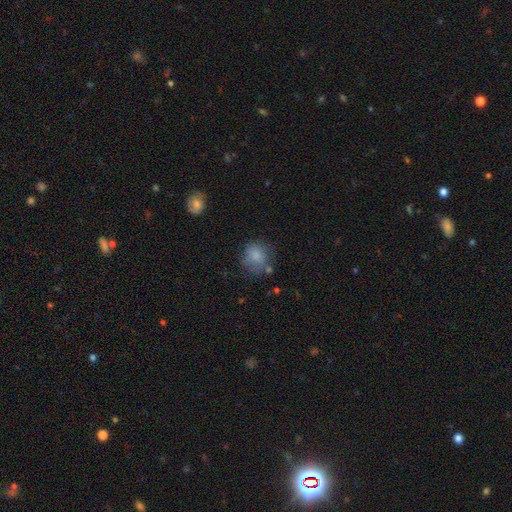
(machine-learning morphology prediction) smooth_or_featured: smooth (p=0.78) [alt: featured or disk p=0.12]
how_rounded: round (p=0.77) [alt: in between p=0.22]
merging: none (p=0.58) [alt: minor disturbance p=0.24]